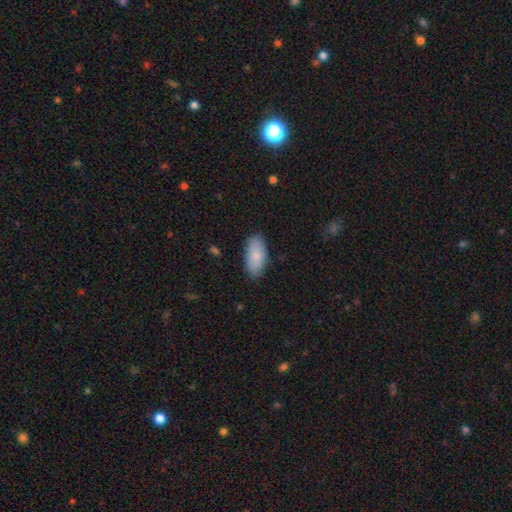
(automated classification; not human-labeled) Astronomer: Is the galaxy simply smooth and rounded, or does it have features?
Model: smooth — 83%.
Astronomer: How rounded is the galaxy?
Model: in between — 92%.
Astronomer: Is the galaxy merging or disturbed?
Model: none — 83%.